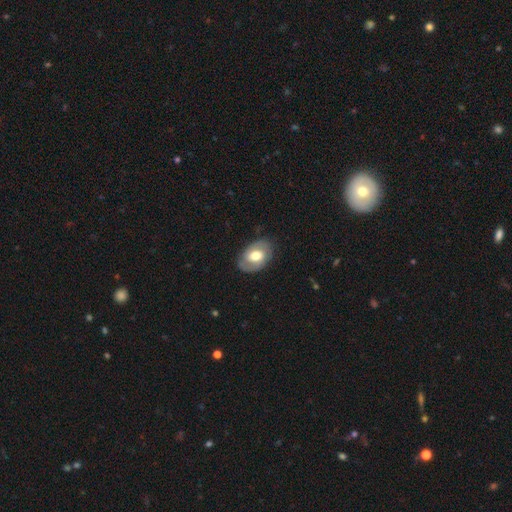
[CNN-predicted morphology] A featured or disk galaxy (53%) with no bar (54%), spiral arms (64%) and a moderate central bulge (63%).

Vote fractions:
- Smooth or featured? featured or disk: 53% / smooth: 41% / star or artifact: 6%
- Edge-on disk? no: 95% / yes: 5%
- Bar? no: 54% / weak: 35% / strong: 11%
- Spiral arms? yes: 64% / no: 36%
- Bulge size? moderate: 63% / large: 27% / small: 7% / dominant: 2% / none: 1%
- Merging? none: 80% / minor disturbance: 14% / major disturbance: 5% / merger: 1%